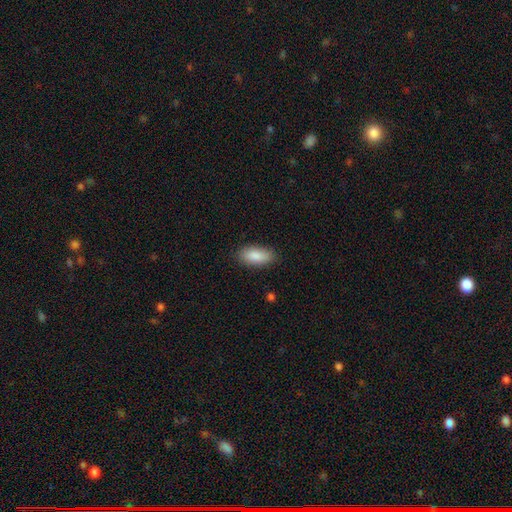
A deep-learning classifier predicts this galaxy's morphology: smooth-or-featured: smooth: 88% | star or artifact: 6% | featured or disk: 6%
  how-rounded: in between: 88% | cigar-shaped: 10% | round: 2%
  merging: none: 86% | minor disturbance: 11% | major disturbance: 2% | merger: 1%